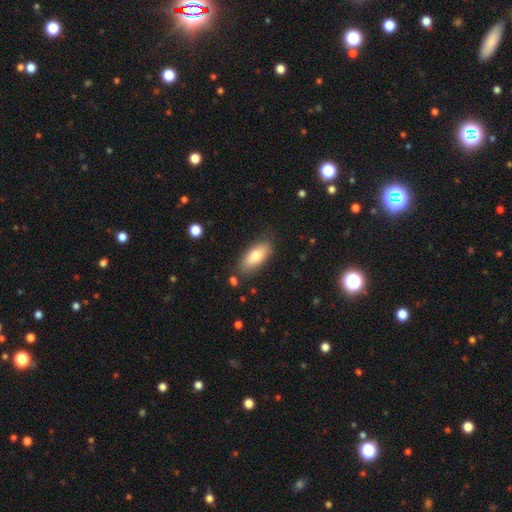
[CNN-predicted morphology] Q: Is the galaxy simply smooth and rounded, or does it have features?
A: smooth — 79%.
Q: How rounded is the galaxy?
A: in between — 85%.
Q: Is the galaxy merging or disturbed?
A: none — 81%.